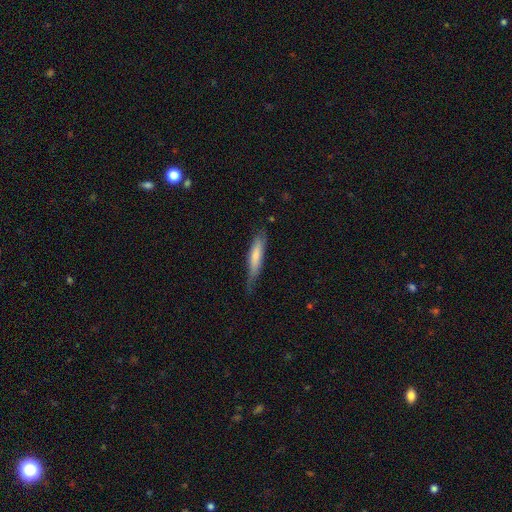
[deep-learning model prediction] smooth_or_featured: smooth (p=0.65) [alt: featured or disk p=0.29]
how_rounded: cigar-shaped (p=0.85) [alt: in between p=0.14]
merging: none (p=0.61) [alt: minor disturbance p=0.29]